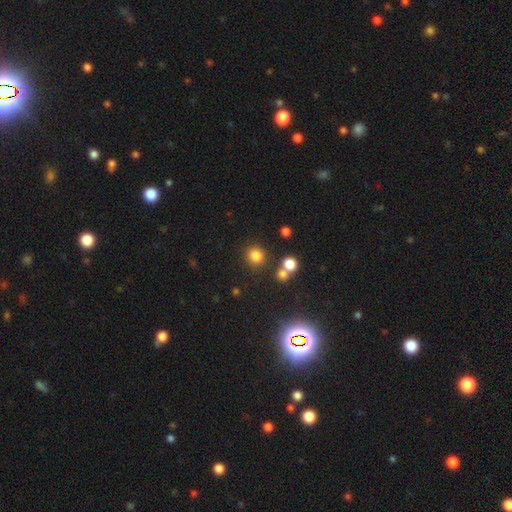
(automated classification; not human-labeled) Smooth or featured? Predicted: smooth (p=0.79). How rounded? Predicted: round (p=0.91). Merging? Predicted: none (p=0.81).